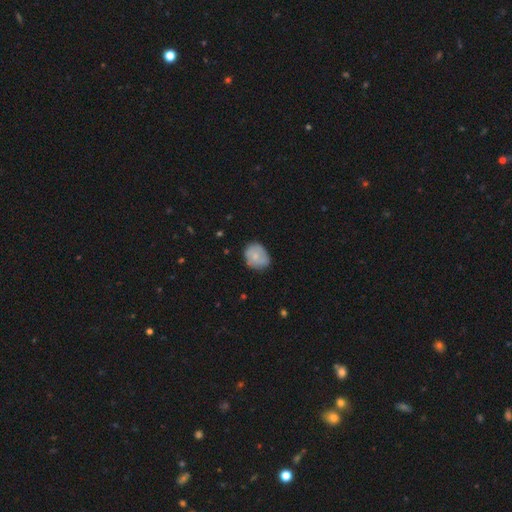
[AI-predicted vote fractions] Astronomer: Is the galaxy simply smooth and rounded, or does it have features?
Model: smooth — 69%.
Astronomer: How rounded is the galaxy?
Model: round — 61% (runner-up: in between, 38%).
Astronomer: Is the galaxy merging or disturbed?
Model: none — 64%.